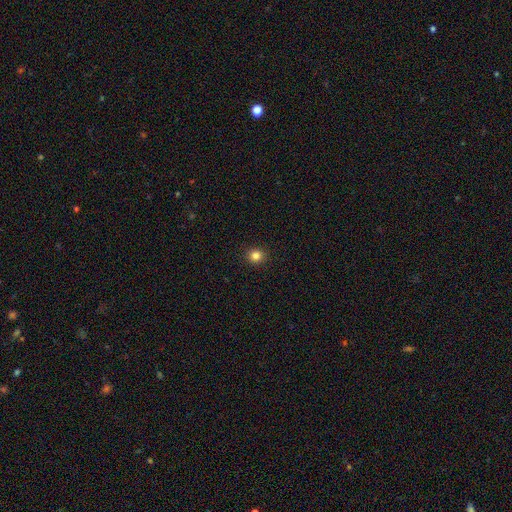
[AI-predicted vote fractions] Smooth or featured?
  - smooth: 82% *
  - star or artifact: 13%
  - featured or disk: 5%
How rounded?
  - round: 88% *
  - in between: 11%
  - cigar-shaped: 1%
Merging?
  - none: 93% *
  - minor disturbance: 5%
  - major disturbance: 2%
  - merger: 1%